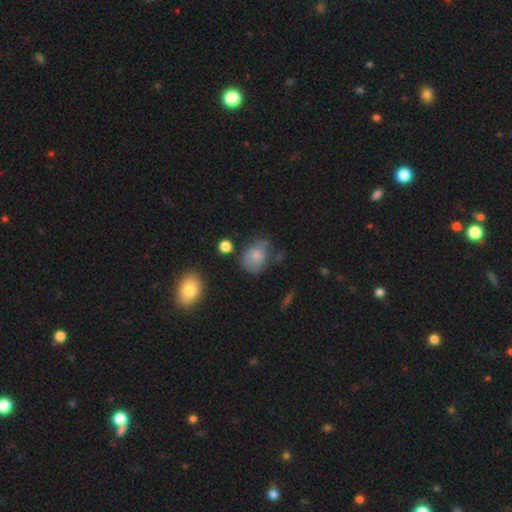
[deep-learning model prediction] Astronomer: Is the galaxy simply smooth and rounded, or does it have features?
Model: smooth — 69%.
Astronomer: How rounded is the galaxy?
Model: in between — 60% (runner-up: round, 39%).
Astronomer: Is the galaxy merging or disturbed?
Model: none — 44% (runner-up: minor disturbance, 34%).